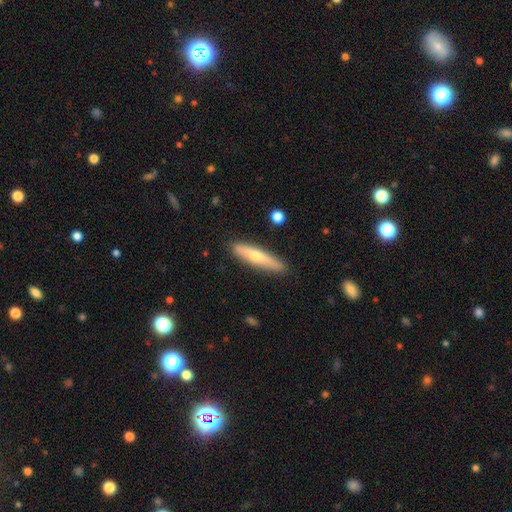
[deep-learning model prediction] A smooth galaxy with no disk features (53%) that is cigar-shaped (85%).

Vote fractions:
- Smooth or featured? smooth: 53% / featured or disk: 41% / star or artifact: 6%
- How rounded? cigar-shaped: 85% / in between: 13% / round: 2%
- Merging? none: 87% / minor disturbance: 9% / major disturbance: 2% / merger: 1%